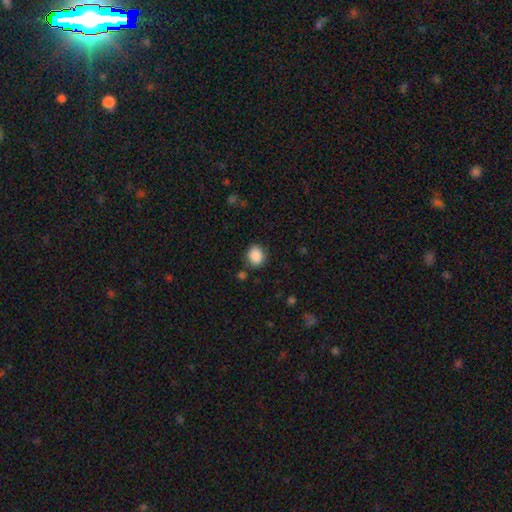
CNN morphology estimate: smooth-or-featured: smooth: 88% | star or artifact: 9% | featured or disk: 4%
  how-rounded: round: 67% | in between: 32% | cigar-shaped: 1%
  merging: none: 83% | minor disturbance: 11% | major disturbance: 3% | merger: 3%